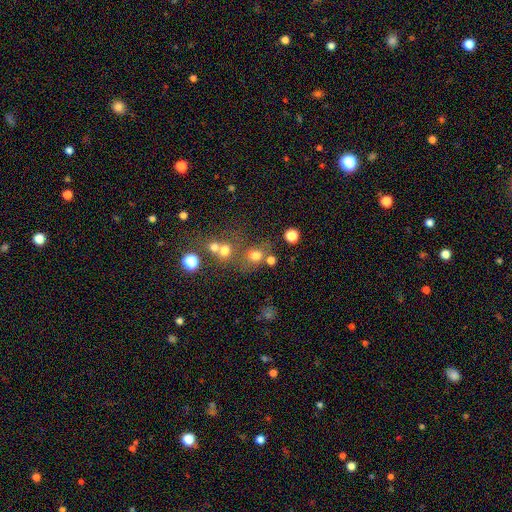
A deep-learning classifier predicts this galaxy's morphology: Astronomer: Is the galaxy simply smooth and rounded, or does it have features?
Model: smooth — 71%.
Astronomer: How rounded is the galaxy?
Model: round — 79%.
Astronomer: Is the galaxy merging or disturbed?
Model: none — 53%.